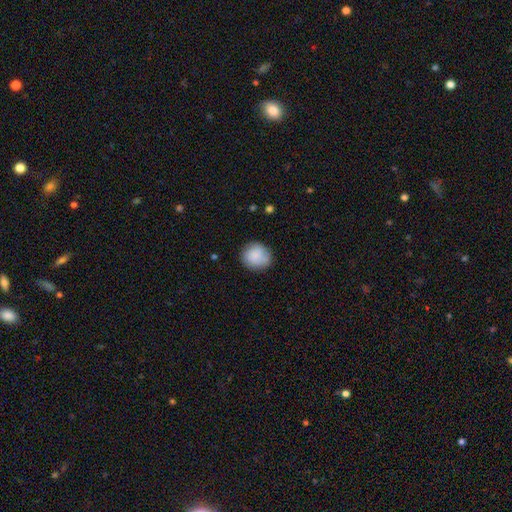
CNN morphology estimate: smooth_or_featured: smooth (p=0.82) [alt: featured or disk p=0.11]
how_rounded: round (p=0.82) [alt: in between p=0.17]
merging: none (p=0.79) [alt: minor disturbance p=0.15]